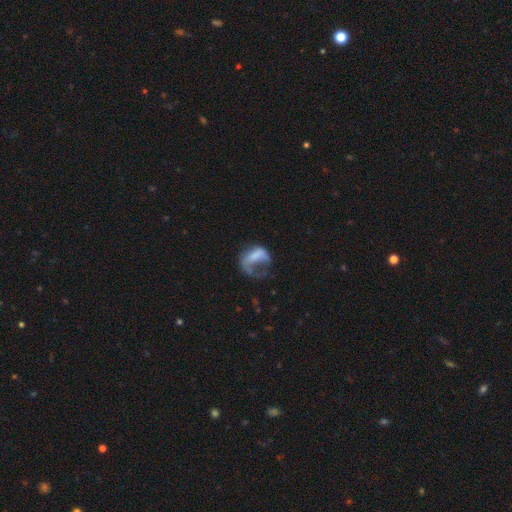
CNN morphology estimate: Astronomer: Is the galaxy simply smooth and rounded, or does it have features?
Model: smooth — 47% (runner-up: featured or disk, 43%).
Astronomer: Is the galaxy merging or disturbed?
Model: major disturbance — 61%.